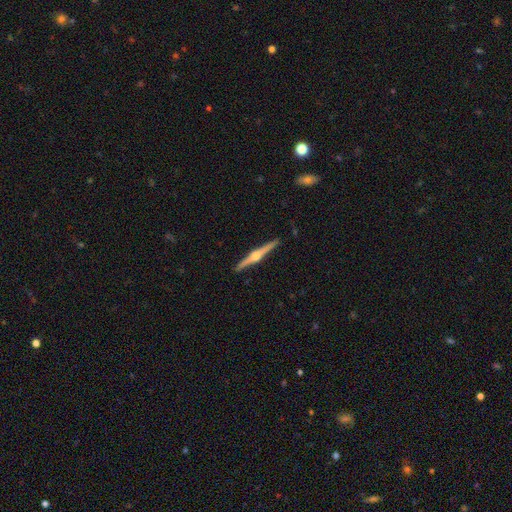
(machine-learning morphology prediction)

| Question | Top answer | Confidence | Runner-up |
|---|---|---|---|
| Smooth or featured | featured or disk | 84% | smooth (11%) |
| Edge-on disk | yes | 99% | no (1%) |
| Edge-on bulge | rounded | 94% | boxy (4%) |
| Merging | none | 92% | minor disturbance (5%) |